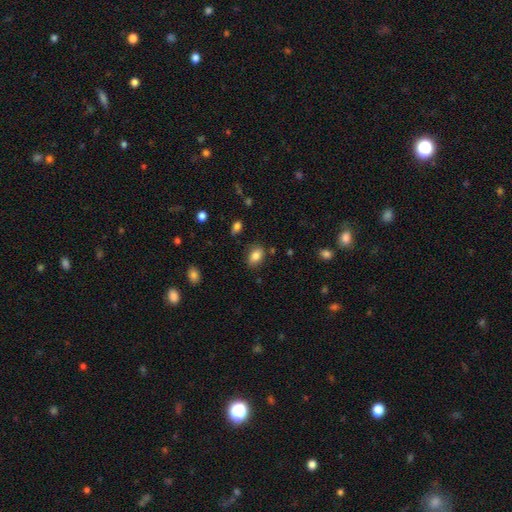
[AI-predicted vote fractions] Morphology: type=smooth (84%); roundness=in between (82%); merging=none (82%).